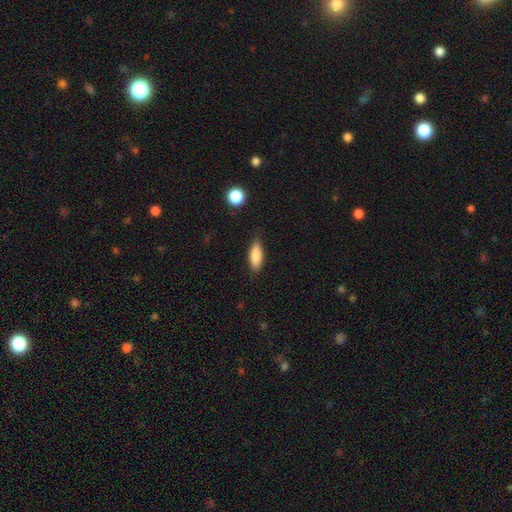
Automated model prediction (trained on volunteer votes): A smooth galaxy with no disk features (84%) that is in between round and cigar-shaped (70%).

Vote fractions:
- Smooth or featured? smooth: 84% / featured or disk: 10% / star or artifact: 7%
- How rounded? in between: 70% / cigar-shaped: 27% / round: 2%
- Merging? none: 82% / minor disturbance: 14% / major disturbance: 3% / merger: 2%